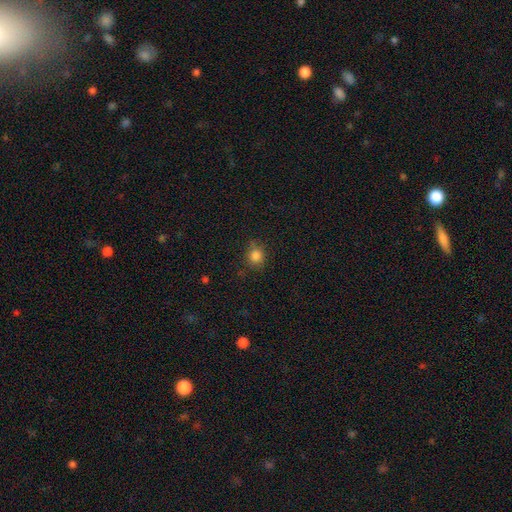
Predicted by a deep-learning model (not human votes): A smooth galaxy with no disk features (81%) that is round (76%). Merging: none (74%).